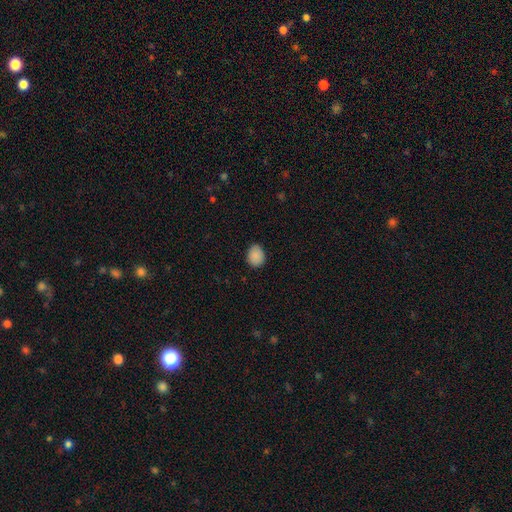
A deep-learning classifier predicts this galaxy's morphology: Overall: smooth (88%). How rounded: in between (50%; round 49%). Merging: none (82%).